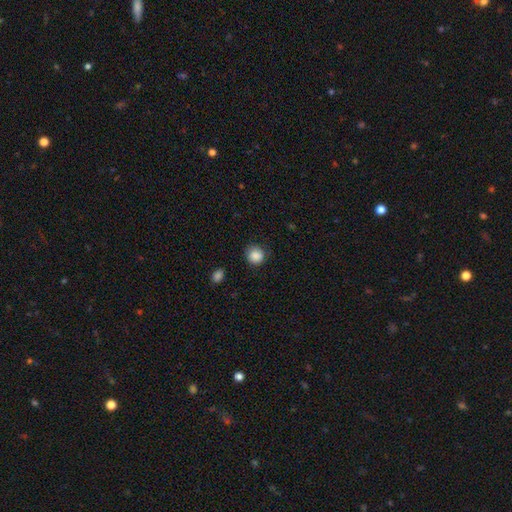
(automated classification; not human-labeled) A smooth galaxy with no disk features (87%) that is round (89%). Merging: none (82%).